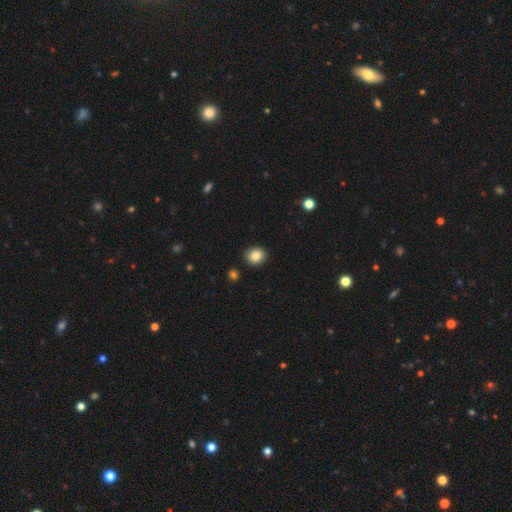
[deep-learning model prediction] Smooth or featured? Predicted: smooth (p=0.84). How rounded? Predicted: round (p=0.74). Merging? Predicted: none (p=0.90).